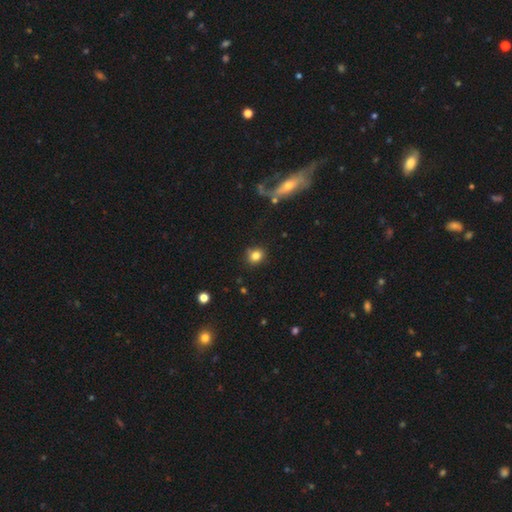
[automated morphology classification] A smooth galaxy with no disk features (82%) that is round (74%). Merging: none (84%).